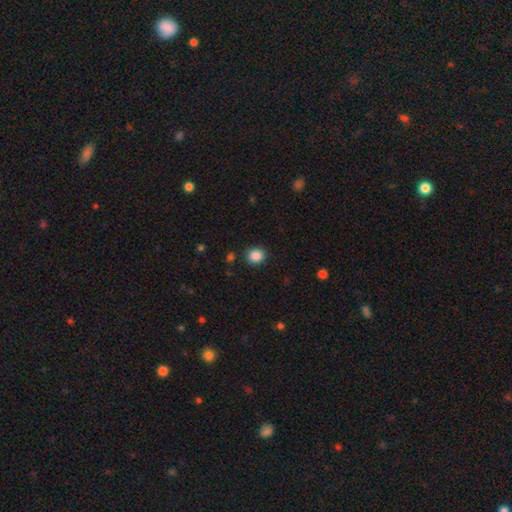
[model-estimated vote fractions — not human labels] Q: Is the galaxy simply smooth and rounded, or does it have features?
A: smooth — 87%.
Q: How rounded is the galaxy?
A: round — 74%.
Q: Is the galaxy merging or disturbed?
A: none — 88%.